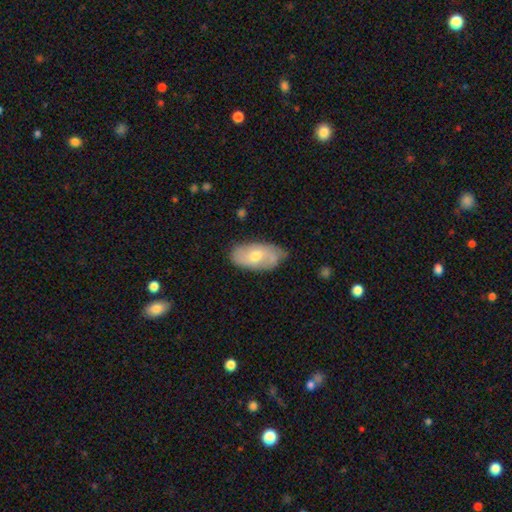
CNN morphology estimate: Overall: smooth (48%; featured or disk 45%). Merging: none (70%).